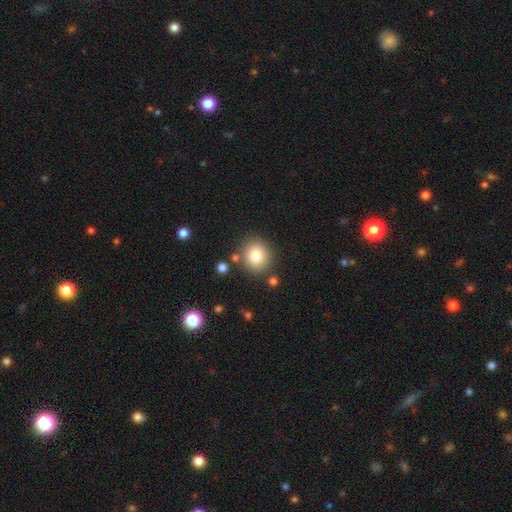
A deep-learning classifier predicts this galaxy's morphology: A smooth galaxy with no disk features (81%) that is round (84%). Merging: none (83%).